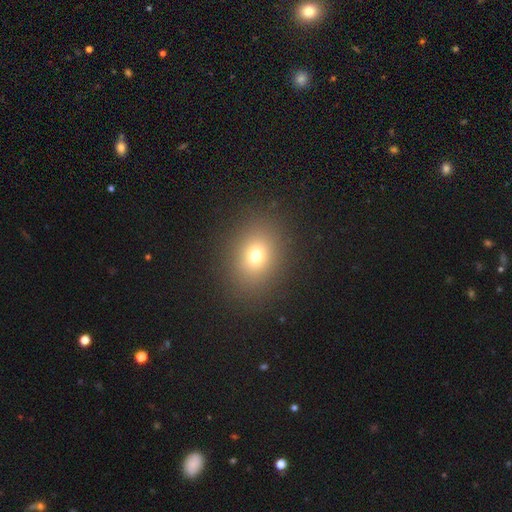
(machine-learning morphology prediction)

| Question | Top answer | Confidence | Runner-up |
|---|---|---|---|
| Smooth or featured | smooth | 72% | star or artifact (17%) |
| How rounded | round | 52% | in between (47%) |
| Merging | none | 88% | minor disturbance (7%) |